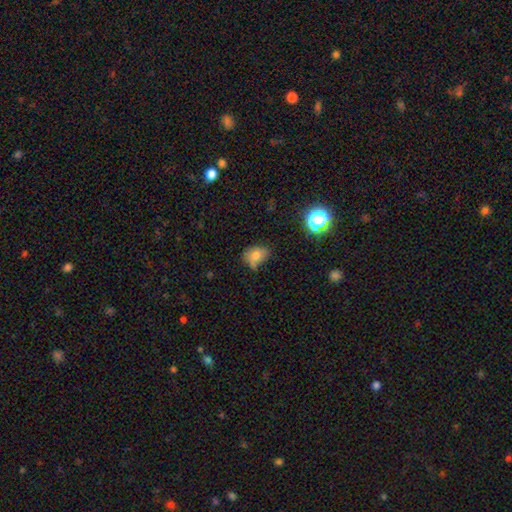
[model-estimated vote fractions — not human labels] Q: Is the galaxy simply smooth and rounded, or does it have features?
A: smooth — 72%.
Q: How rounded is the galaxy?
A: in between — 63%.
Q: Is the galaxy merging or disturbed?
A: none — 47%.